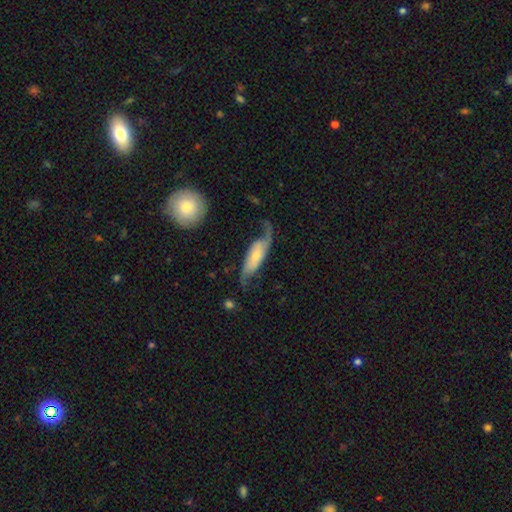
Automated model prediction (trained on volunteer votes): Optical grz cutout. It shows a featured or disk galaxy (67%) with no bar (52%), spiral arms (90%) and a small central bulge (46%). Merging: none (49%).